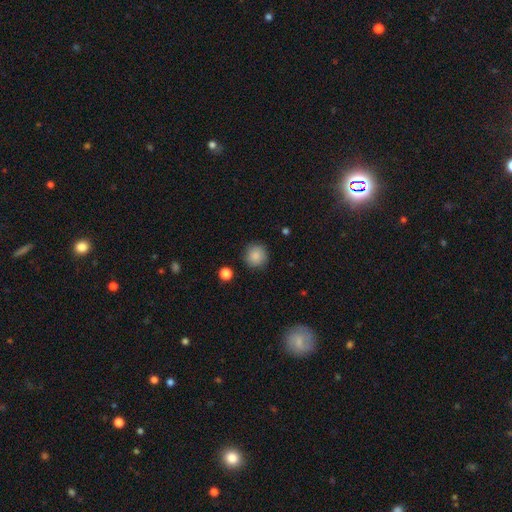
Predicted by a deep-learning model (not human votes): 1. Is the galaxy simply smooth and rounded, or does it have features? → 86% smooth, 8% star or artifact, 6% featured or disk.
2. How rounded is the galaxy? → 93% round, 6% in between, 1% cigar-shaped.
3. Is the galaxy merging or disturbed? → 87% none, 9% minor disturbance, 3% major disturbance, 2% merger.